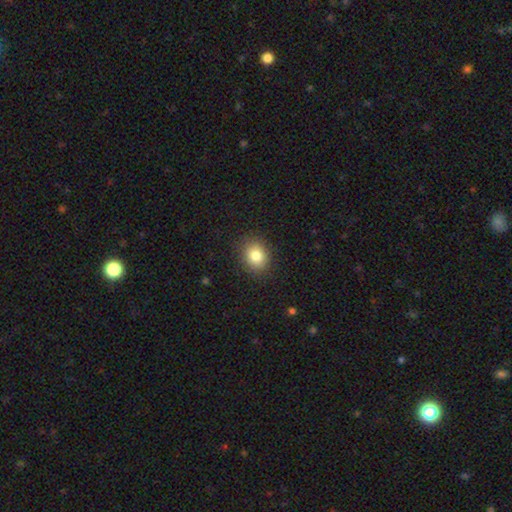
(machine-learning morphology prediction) A smooth galaxy with no disk features (83%) that is round (62%). Merging: none (88%).